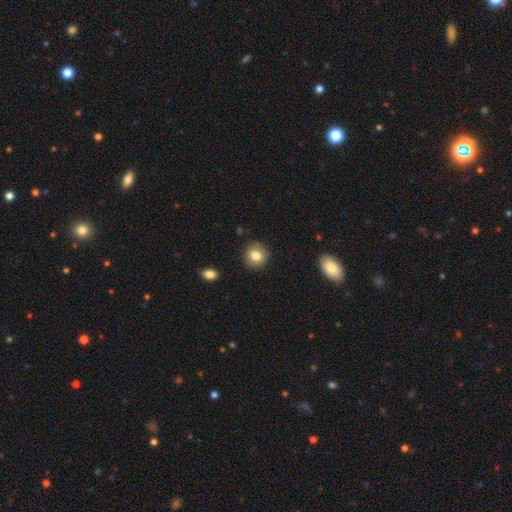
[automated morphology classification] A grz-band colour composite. It shows a smooth galaxy with no disk features (82%) that is round (87%). Merging: none (88%).